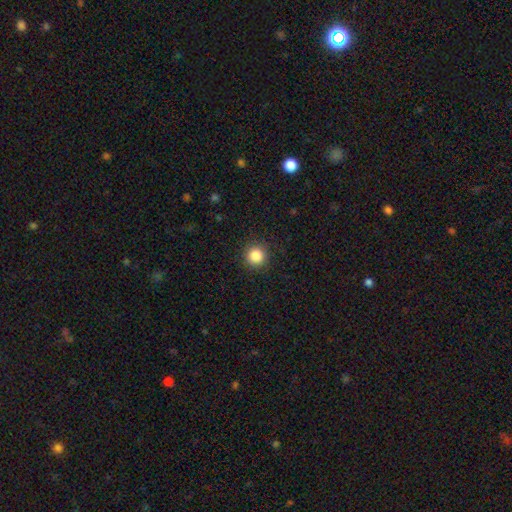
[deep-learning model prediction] Smooth or featured: smooth — 85% (star or artifact — 11%)
How rounded: round — 95% (in between — 4%)
Merging: none — 91% (minor disturbance — 6%)